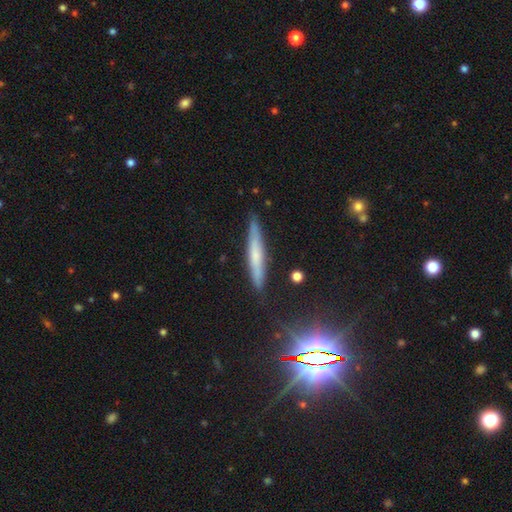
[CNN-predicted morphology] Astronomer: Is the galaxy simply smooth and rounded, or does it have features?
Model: smooth — 48% (runner-up: featured or disk, 40%).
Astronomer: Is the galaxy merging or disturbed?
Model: none — 87%.